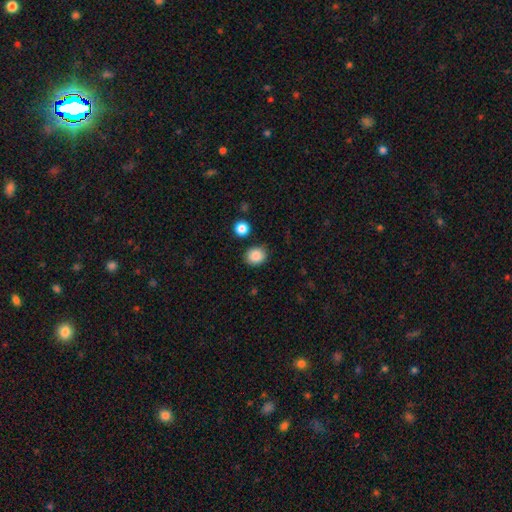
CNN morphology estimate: Smooth or featured? smooth (87%)
How rounded? round (67%)
Merging? none (84%)